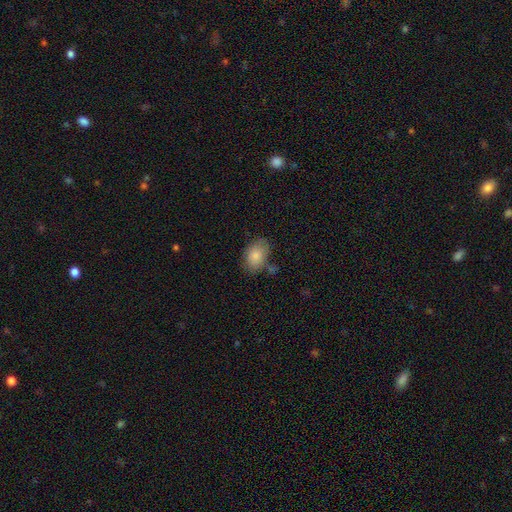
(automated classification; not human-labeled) This is clearly a smooth galaxy (83%). How rounded: clearly in between (84%). Merging: likely none (65%).